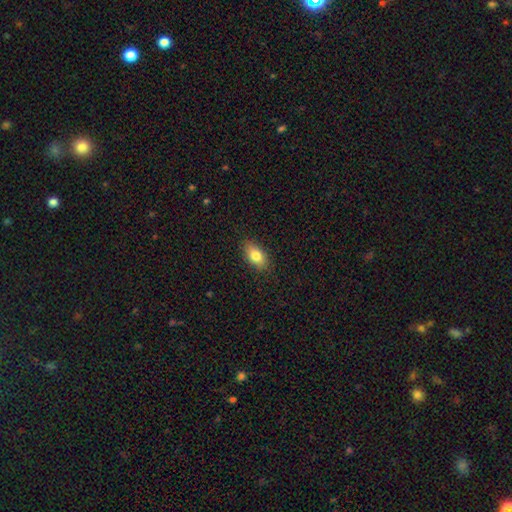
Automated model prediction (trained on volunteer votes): smooth 80%, featured or disk 12%, star or artifact 8%. Down the decision tree: how rounded — in between (89%); merging — none (87%).